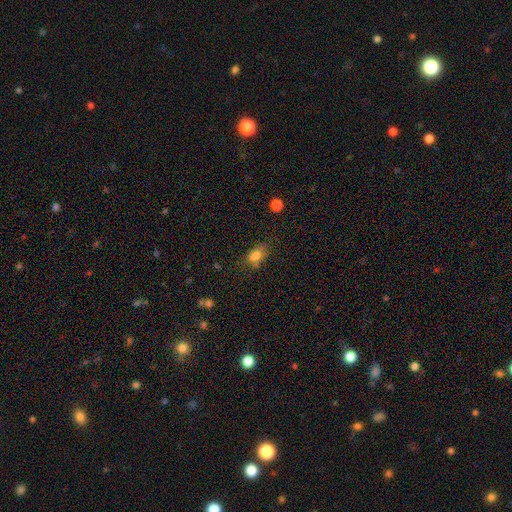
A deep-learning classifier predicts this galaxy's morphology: Smooth or featured?
  - smooth: 76% *
  - star or artifact: 12%
  - featured or disk: 12%
How rounded?
  - in between: 79% *
  - round: 17%
  - cigar-shaped: 4%
Merging?
  - none: 55% *
  - minor disturbance: 26%
  - merger: 10%
  - major disturbance: 9%